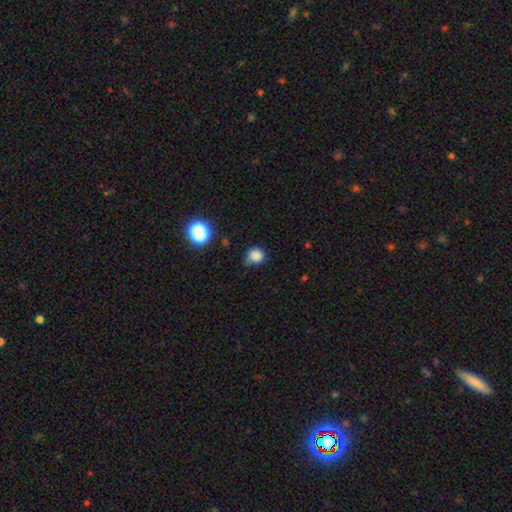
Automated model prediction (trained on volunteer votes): A smooth galaxy with no disk features (83%) that is round (85%). Merging: none (58%).